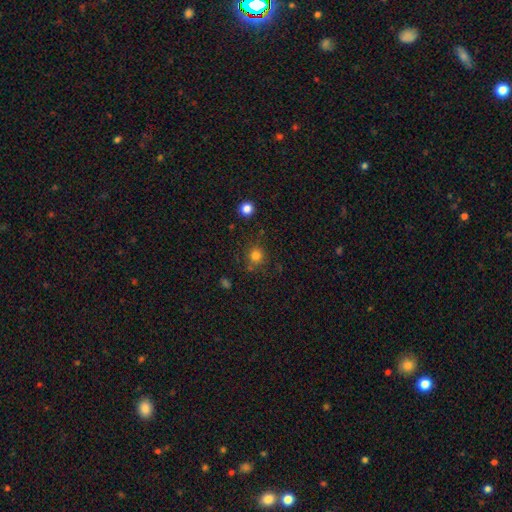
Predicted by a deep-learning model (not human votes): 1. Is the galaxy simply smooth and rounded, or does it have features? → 79% smooth, 15% star or artifact, 6% featured or disk.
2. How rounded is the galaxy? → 89% round, 10% in between, 1% cigar-shaped.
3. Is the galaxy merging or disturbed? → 78% none, 12% minor disturbance, 5% merger, 5% major disturbance.